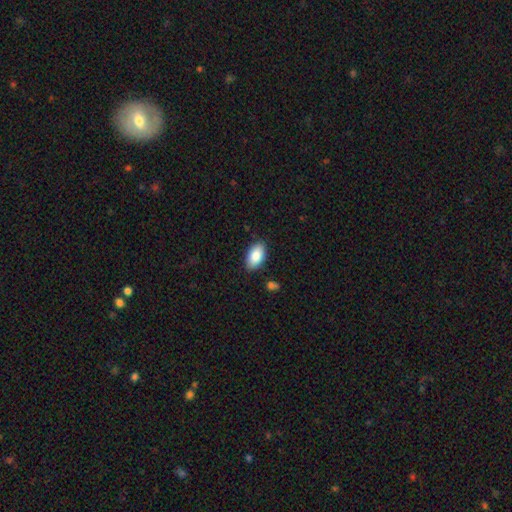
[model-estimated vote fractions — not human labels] This is clearly a smooth galaxy (86%). How rounded: clearly in between (94%). Merging: clearly none (87%).